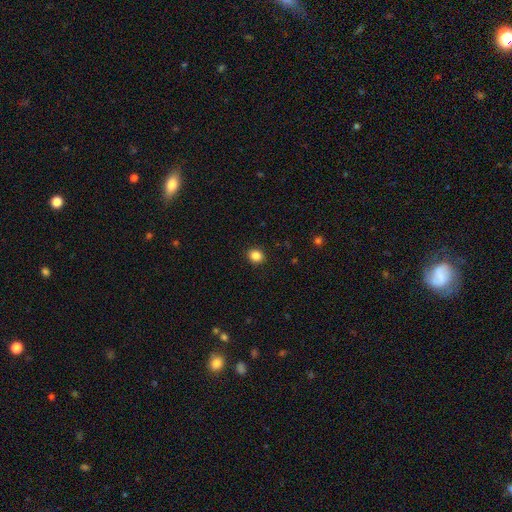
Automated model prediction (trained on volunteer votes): Q: Smooth or featured?
A: smooth (86%); runner-up: star or artifact (11%)
Q: How rounded?
A: round (78%); runner-up: in between (22%)
Q: Merging?
A: none (92%); runner-up: minor disturbance (6%)